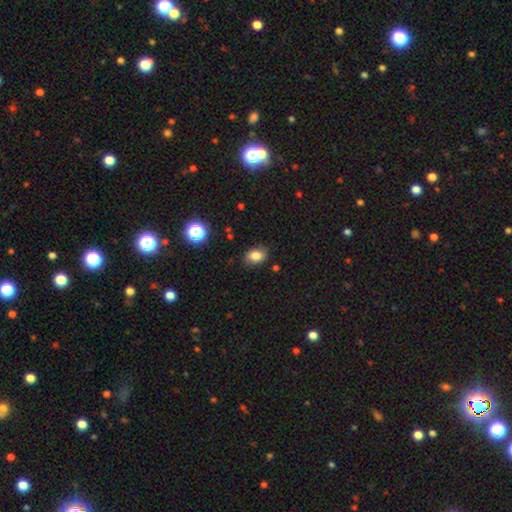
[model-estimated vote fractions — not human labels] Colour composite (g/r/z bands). It shows a smooth galaxy with no disk features (81%) that is in between round and cigar-shaped (77%). Merging: none (81%).